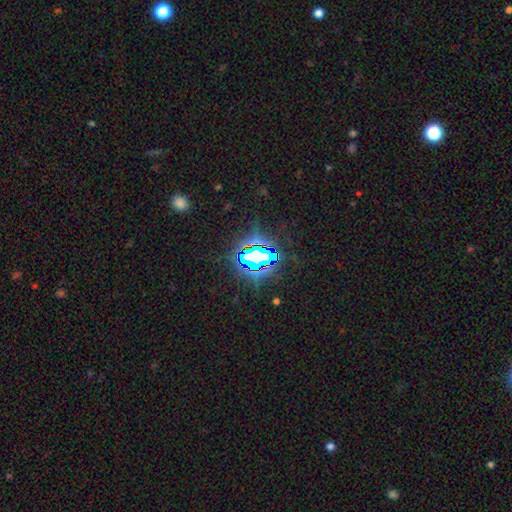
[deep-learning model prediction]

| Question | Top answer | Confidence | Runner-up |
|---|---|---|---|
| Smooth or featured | star or artifact | 77% | smooth (12%) |